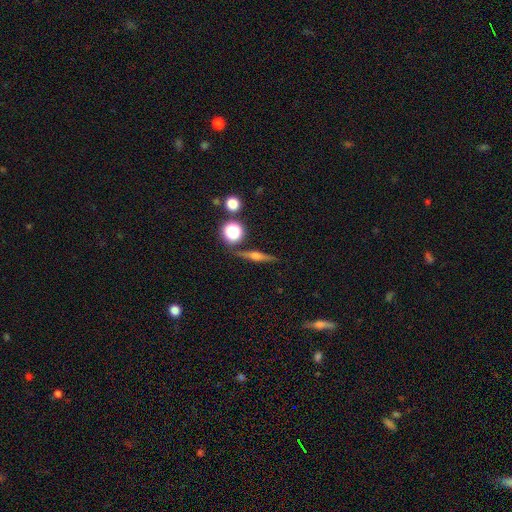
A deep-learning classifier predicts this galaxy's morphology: featured or disk 58%, smooth 31%, star or artifact 11%. Down the decision tree: edge-on disk — yes (95%); edge-on bulge — rounded (79%); merging — none (85%).